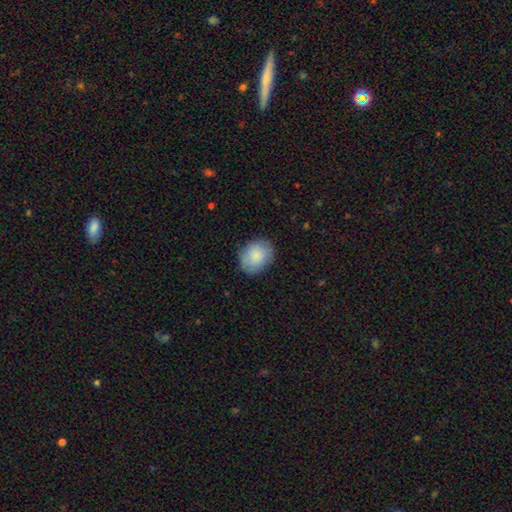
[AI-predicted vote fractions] smooth-or-featured: smooth: 84% | featured or disk: 9% | star or artifact: 7%
  how-rounded: round: 51% | in between: 49% | cigar-shaped: 1%
  merging: none: 82% | minor disturbance: 14% | major disturbance: 3% | merger: 1%